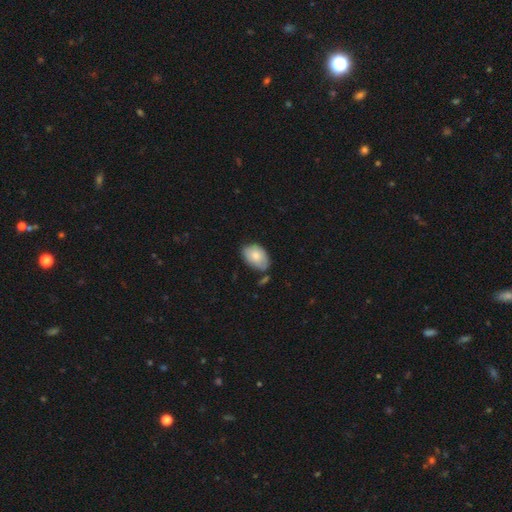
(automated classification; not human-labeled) smooth-or-featured: smooth: 79% | featured or disk: 15% | star or artifact: 6%
  how-rounded: in between: 88% | round: 11% | cigar-shaped: 1%
  merging: none: 61% | minor disturbance: 27% | merger: 7% | major disturbance: 5%